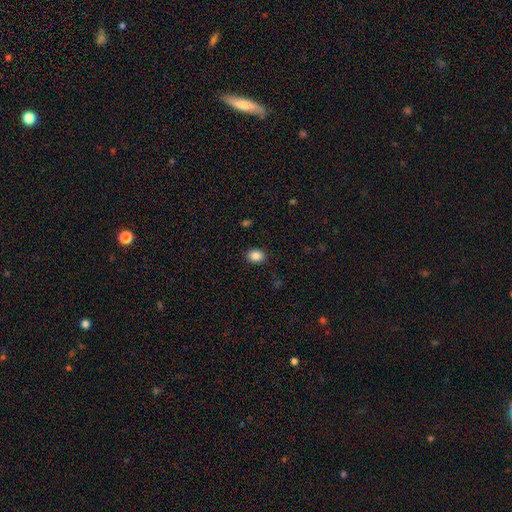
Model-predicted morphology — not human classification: A smooth galaxy with no disk features (87%) that is in between round and cigar-shaped (66%). Merging: none (88%).